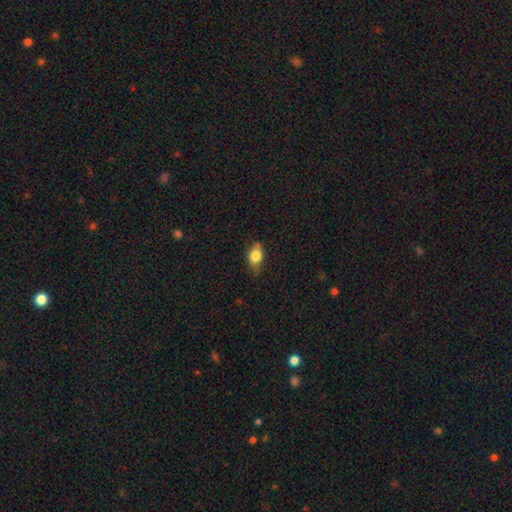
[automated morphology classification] Smooth or featured: smooth — 77% (featured or disk — 14%)
How rounded: in between — 71% (round — 25%)
Merging: none — 66% (minor disturbance — 27%)